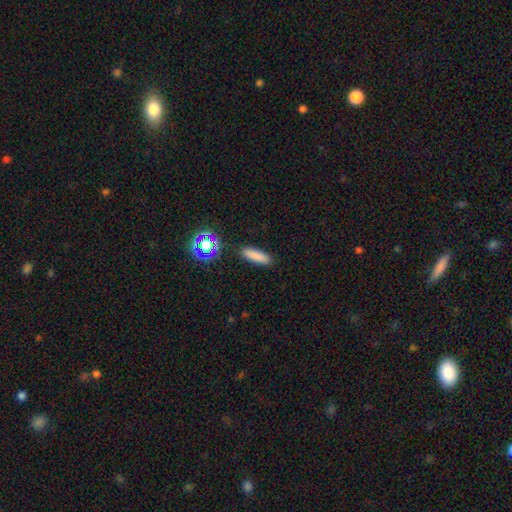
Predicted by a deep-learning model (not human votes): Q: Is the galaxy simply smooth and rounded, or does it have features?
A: smooth — 81%.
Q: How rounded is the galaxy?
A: cigar-shaped — 63%.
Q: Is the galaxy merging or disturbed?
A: none — 89%.